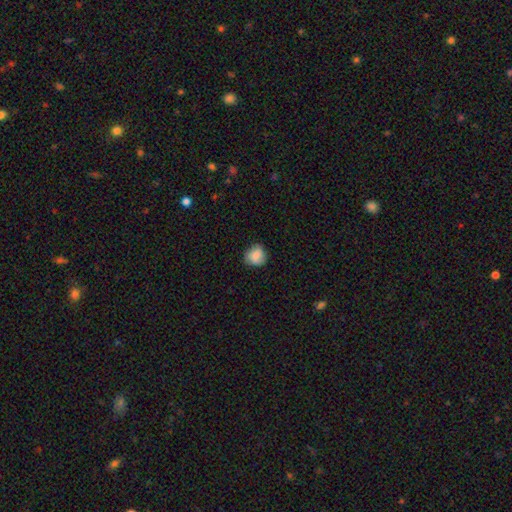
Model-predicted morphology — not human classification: Smooth or featured?
  - smooth: 79% *
  - featured or disk: 13%
  - star or artifact: 8%
How rounded?
  - round: 79% *
  - in between: 20%
  - cigar-shaped: 1%
Merging?
  - none: 73% *
  - minor disturbance: 21%
  - major disturbance: 5%
  - merger: 1%